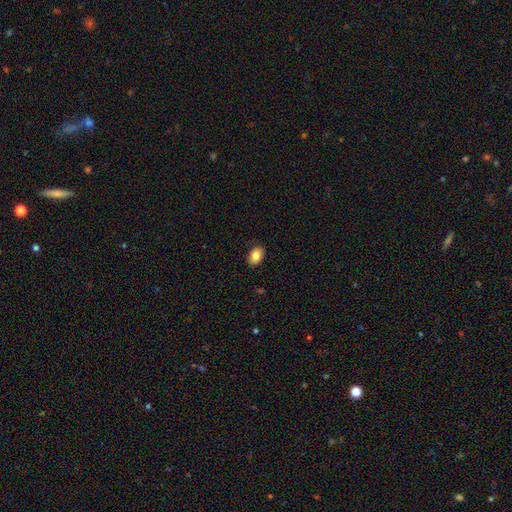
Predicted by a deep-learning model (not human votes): Morphology: type=smooth (85%); roundness=in between (82%); merging=none (88%).